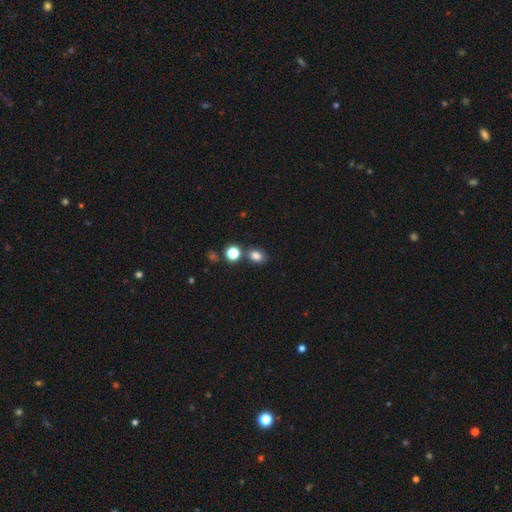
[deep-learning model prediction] This is clearly a smooth galaxy (81%). How rounded: likely in between (65%). Merging: likely none (72%).